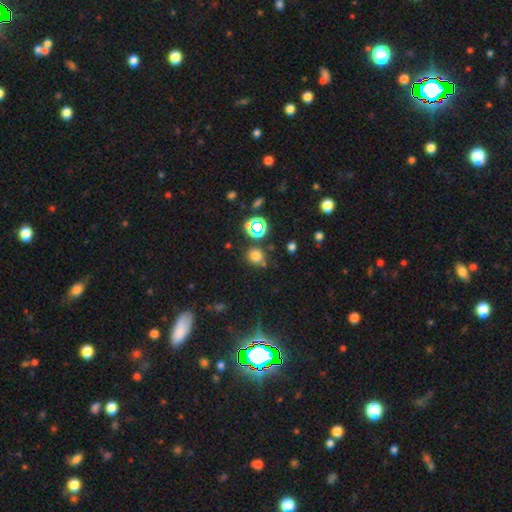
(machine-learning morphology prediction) Smooth or featured? smooth (70%)
How rounded? round (82%)
Merging? none (76%)